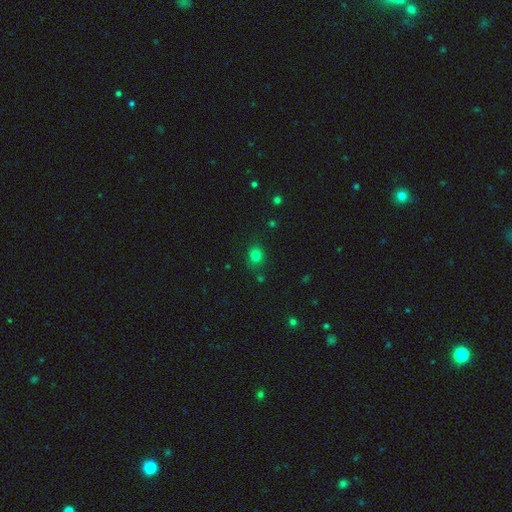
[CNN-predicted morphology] type=smooth (77%); roundness=round (75%); merging=none (81%).